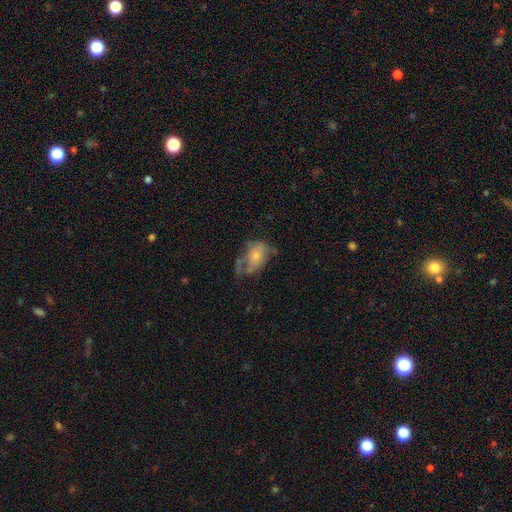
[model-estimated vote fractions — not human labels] Q: Smooth or featured?
A: smooth (50%); runner-up: featured or disk (41%)
Q: How rounded?
A: in between (84%); runner-up: round (14%)
Q: Merging?
A: major disturbance (39%); runner-up: minor disturbance (27%)